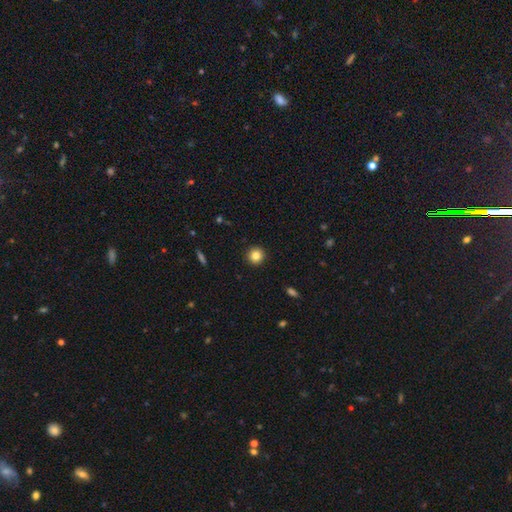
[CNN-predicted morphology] This is clearly a smooth galaxy (84%). How rounded: clearly round (95%). Merging: clearly none (93%).